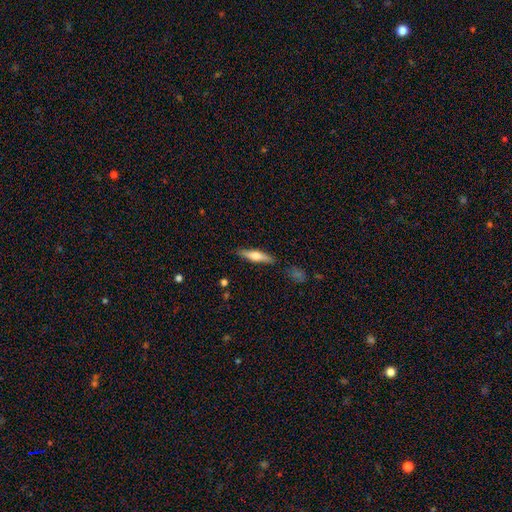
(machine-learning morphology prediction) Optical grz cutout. It shows a smooth galaxy with no disk features (54%) that is cigar-shaped (78%). Merging: none (86%).